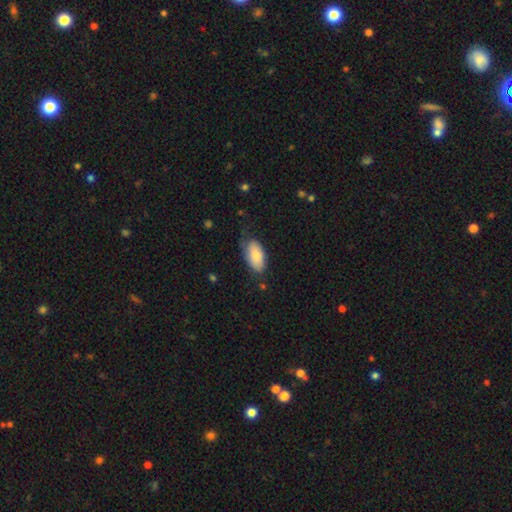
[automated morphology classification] This appears to be a smooth galaxy with no disk features (80%) that is in between round and cigar-shaped (94%). Merging: none (52%).